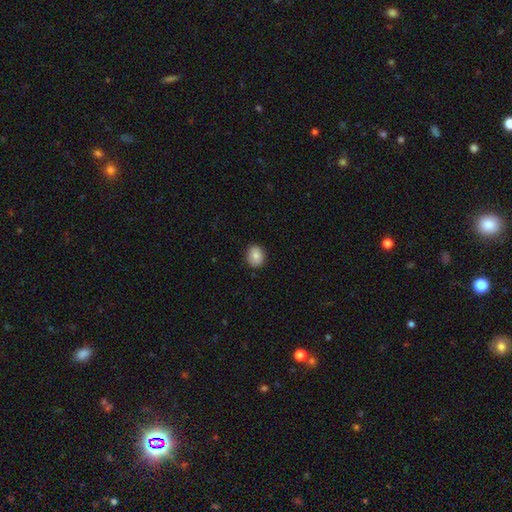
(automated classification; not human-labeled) Smooth or featured? smooth (83%)
How rounded? round (64%)
Merging? none (89%)